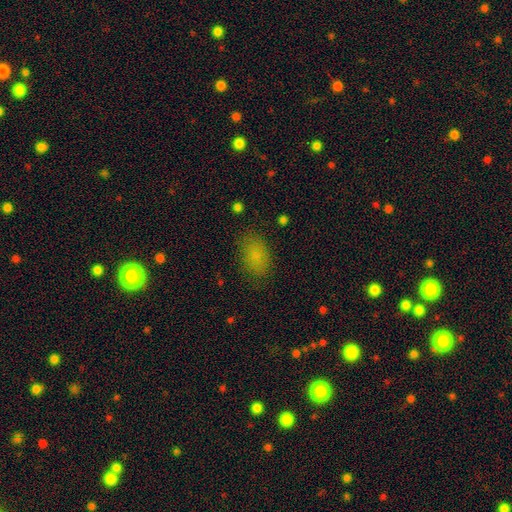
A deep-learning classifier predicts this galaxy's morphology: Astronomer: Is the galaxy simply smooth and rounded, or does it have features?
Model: smooth — 81%.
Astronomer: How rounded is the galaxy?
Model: in between — 89%.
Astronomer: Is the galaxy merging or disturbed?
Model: none — 81%.